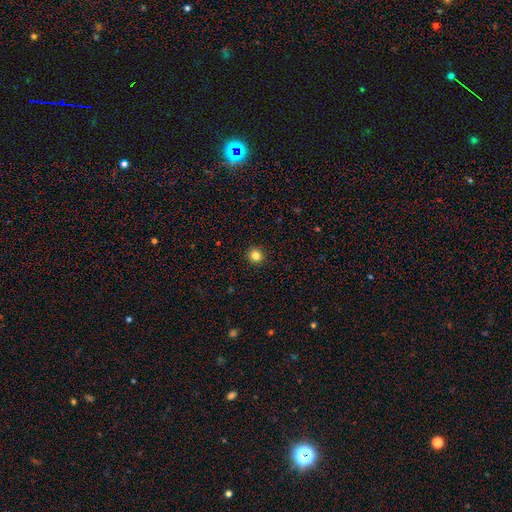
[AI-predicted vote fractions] This is clearly a smooth galaxy (83%). How rounded: clearly round (92%). Merging: clearly none (93%).